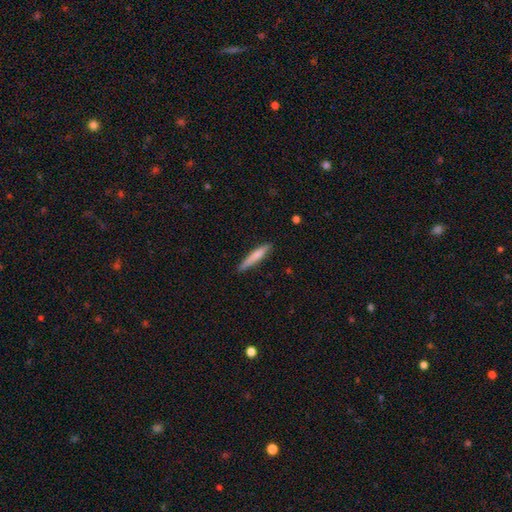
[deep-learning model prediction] This is likely a smooth galaxy (73%). How rounded: clearly cigar-shaped (92%). Merging: clearly none (84%).